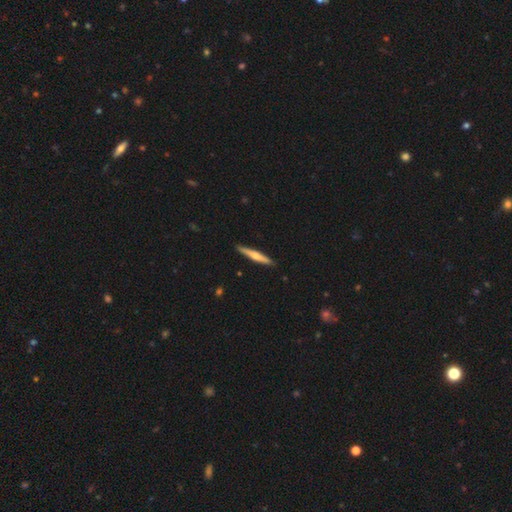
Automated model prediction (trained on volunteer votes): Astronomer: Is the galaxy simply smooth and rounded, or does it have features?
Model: featured or disk — 53% (runner-up: smooth, 42%).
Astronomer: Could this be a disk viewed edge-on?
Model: yes — 97%.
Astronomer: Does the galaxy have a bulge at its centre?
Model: rounded — 77%.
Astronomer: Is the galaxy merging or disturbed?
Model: none — 91%.